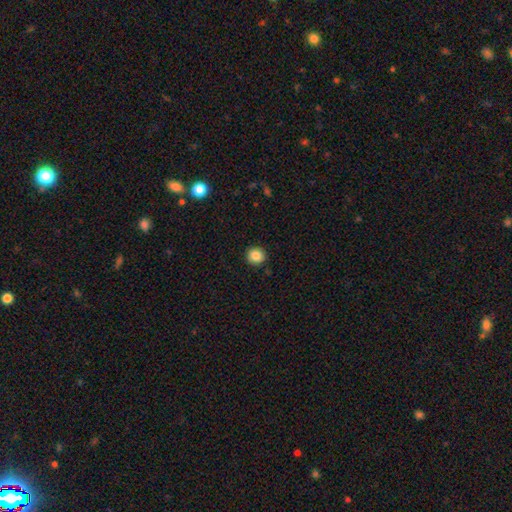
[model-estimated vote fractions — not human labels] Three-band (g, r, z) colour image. It shows a smooth galaxy with no disk features (86%) that is round (91%). Merging: none (92%).